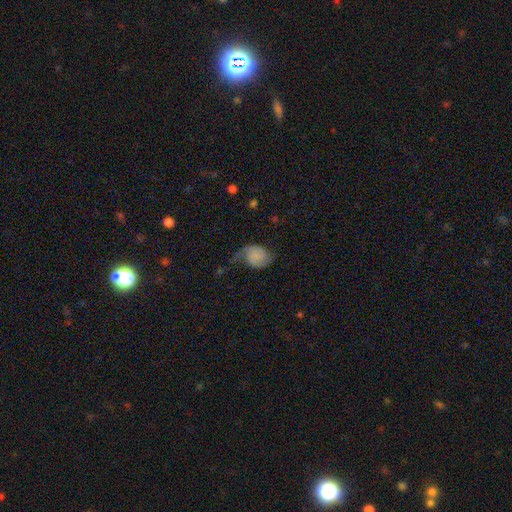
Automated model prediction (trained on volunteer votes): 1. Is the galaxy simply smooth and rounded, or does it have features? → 47% featured or disk, 44% smooth, 9% star or artifact.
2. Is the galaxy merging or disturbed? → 39% none, 32% minor disturbance, 26% major disturbance, 3% merger.